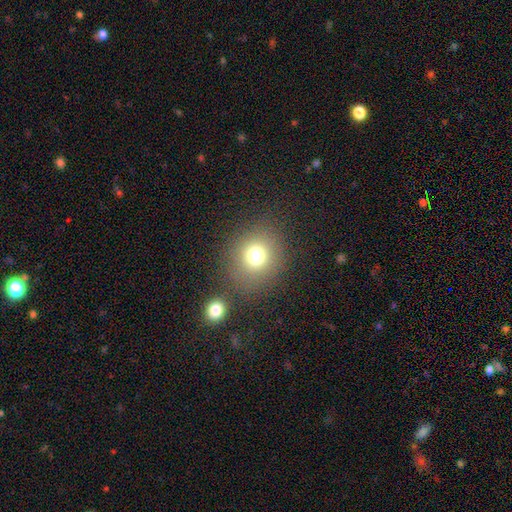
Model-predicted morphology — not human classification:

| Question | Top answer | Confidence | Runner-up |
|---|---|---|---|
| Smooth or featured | smooth | 74% | star or artifact (16%) |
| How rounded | round | 80% | in between (19%) |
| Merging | none | 78% | minor disturbance (9%) |